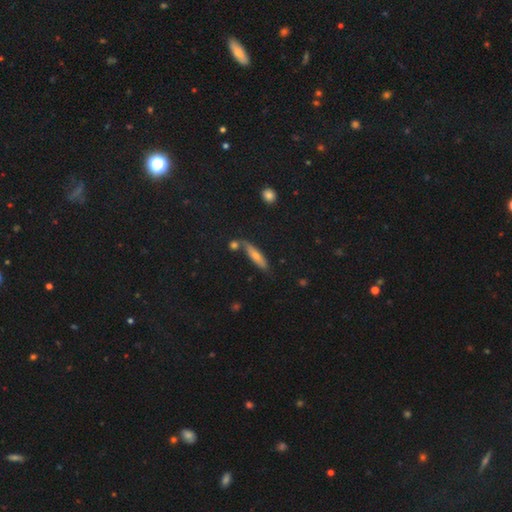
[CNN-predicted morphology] A smooth galaxy with no disk features (64%) that is cigar-shaped (73%). Merging: none (65%).